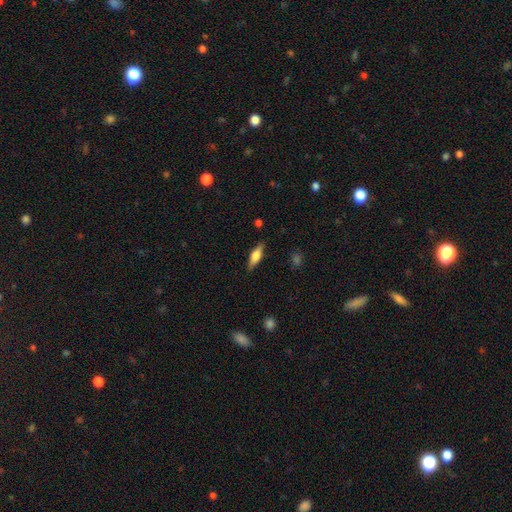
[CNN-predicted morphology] Smooth or featured?
  - smooth: 50% *
  - featured or disk: 43%
  - star or artifact: 7%
How rounded?
  - cigar-shaped: 52% *
  - in between: 45%
  - round: 3%
Merging?
  - none: 86% *
  - minor disturbance: 11%
  - major disturbance: 2%
  - merger: 1%